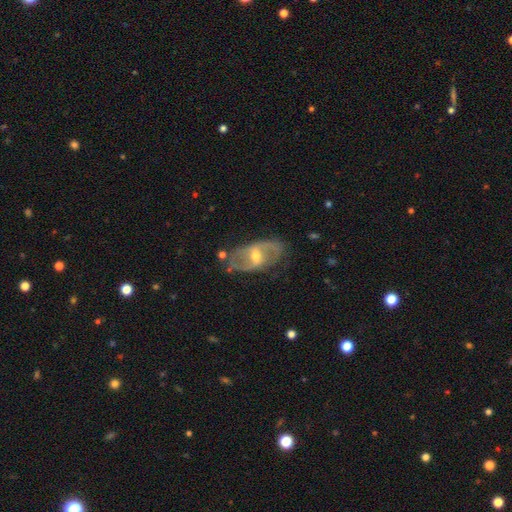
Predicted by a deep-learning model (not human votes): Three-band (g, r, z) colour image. It shows a featured or disk galaxy (80%) with a weak bar (49%), 2 (81%) medium (46%) spiral arms (84%) and a moderate central bulge (61%). Merging: none (73%).